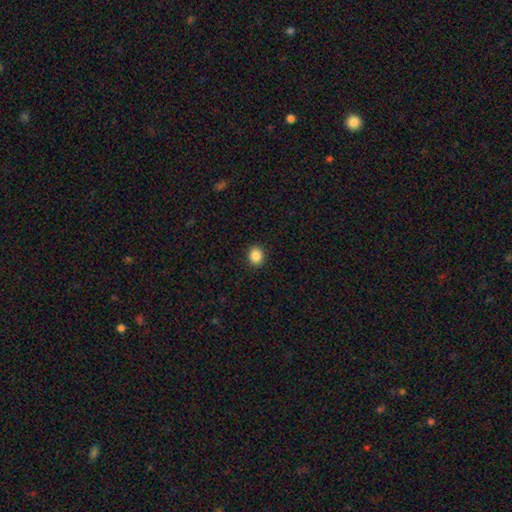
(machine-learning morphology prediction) Q: Smooth or featured?
A: smooth (88%); runner-up: star or artifact (9%)
Q: How rounded?
A: round (67%); runner-up: in between (32%)
Q: Merging?
A: none (91%); runner-up: minor disturbance (6%)